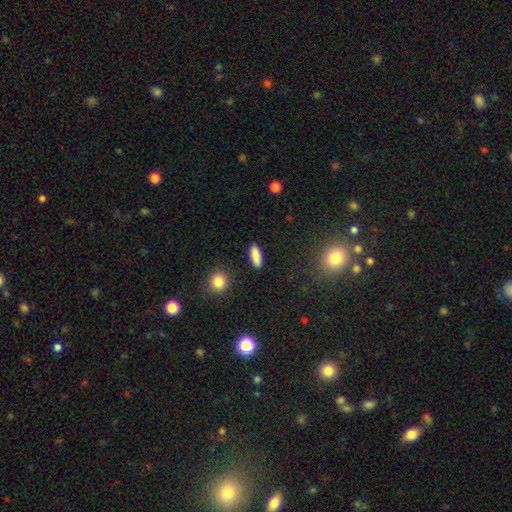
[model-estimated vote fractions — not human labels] smooth_or_featured: smooth (p=0.87) [alt: star or artifact p=0.08]
how_rounded: in between (p=0.57) [alt: cigar-shaped p=0.40]
merging: none (p=0.90) [alt: minor disturbance p=0.07]